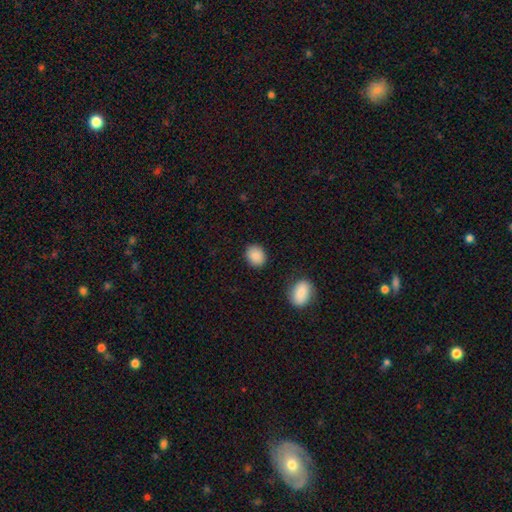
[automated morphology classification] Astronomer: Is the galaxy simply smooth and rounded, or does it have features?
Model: smooth — 88%.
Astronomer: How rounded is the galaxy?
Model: round — 60% (runner-up: in between, 39%).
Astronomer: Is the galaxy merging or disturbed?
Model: none — 87%.